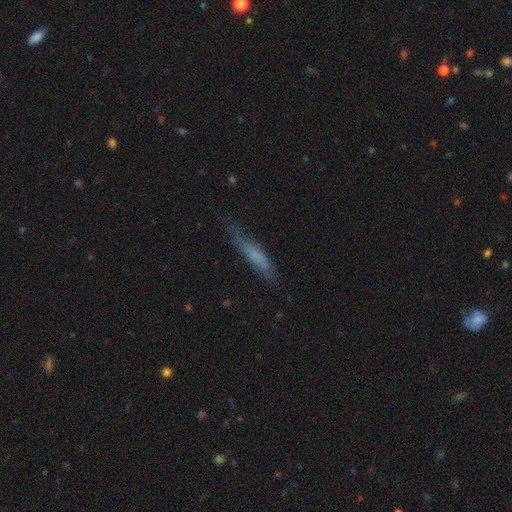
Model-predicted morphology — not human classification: This is possibly a smooth galaxy (58%). How rounded: clearly cigar-shaped (86%). Merging: likely none (62%).